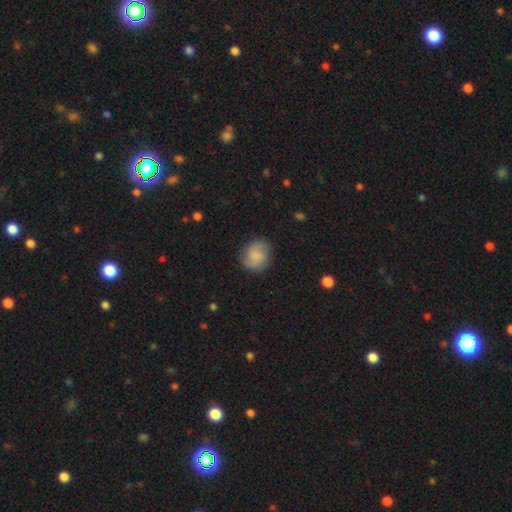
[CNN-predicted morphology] A smooth galaxy with no disk features (61%) that is round (71%).

Vote fractions:
- Smooth or featured? smooth: 61% / featured or disk: 31% / star or artifact: 8%
- How rounded? round: 71% / in between: 28% / cigar-shaped: 1%
- Merging? none: 81% / minor disturbance: 13% / major disturbance: 4% / merger: 1%